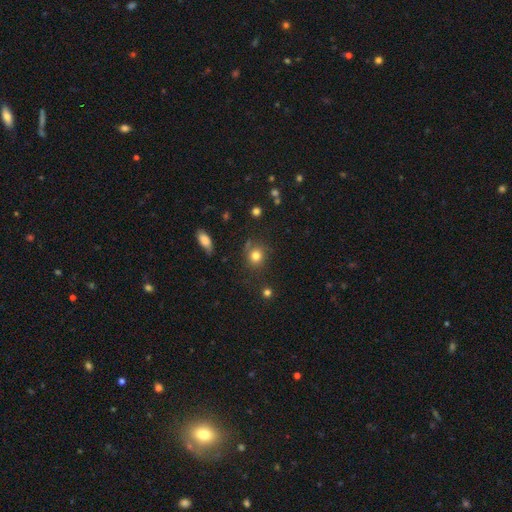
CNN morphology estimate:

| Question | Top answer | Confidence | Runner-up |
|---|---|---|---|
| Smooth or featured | smooth | 80% | star or artifact (13%) |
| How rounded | round | 82% | in between (17%) |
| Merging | none | 76% | minor disturbance (14%) |